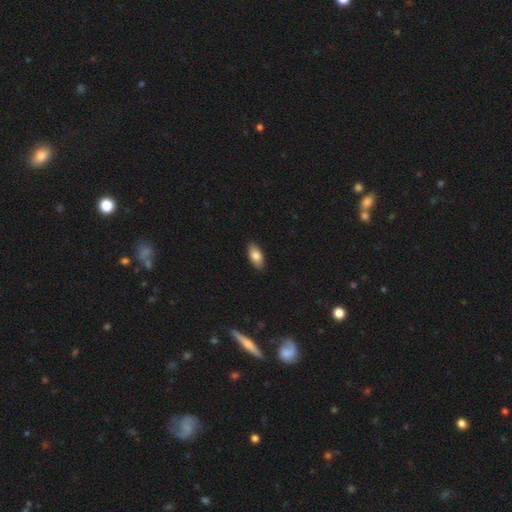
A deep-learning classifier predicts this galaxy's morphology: Smooth or featured: smooth — 82% (featured or disk — 11%)
How rounded: in between — 91% (cigar-shaped — 6%)
Merging: none — 88% (minor disturbance — 9%)